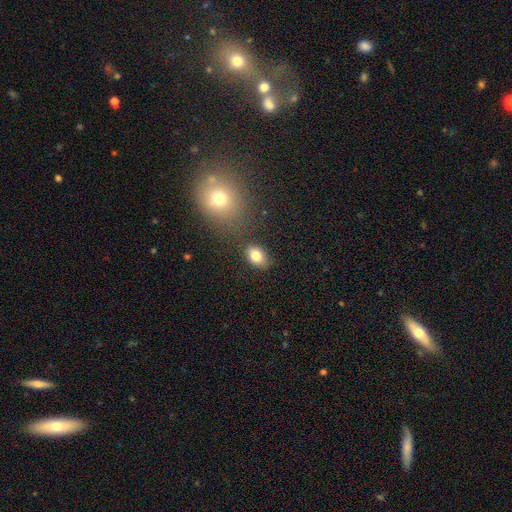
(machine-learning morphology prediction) Smooth or featured? smooth (82%)
How rounded? in between (77%)
Merging? none (77%)